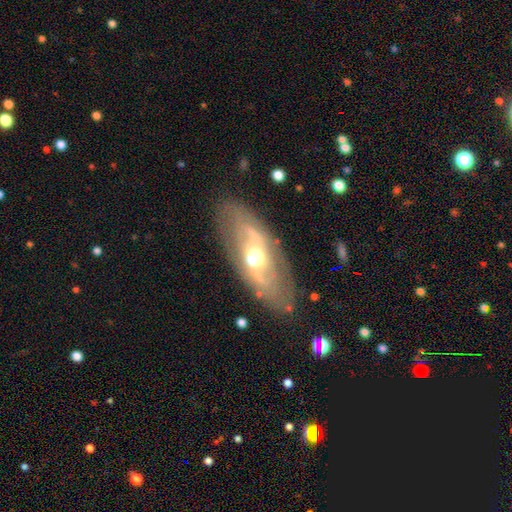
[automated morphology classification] A featured or disk galaxy (73%) with no bar (45%), spiral arms (58%) and a moderate central bulge (69%). Merging: none (79%).